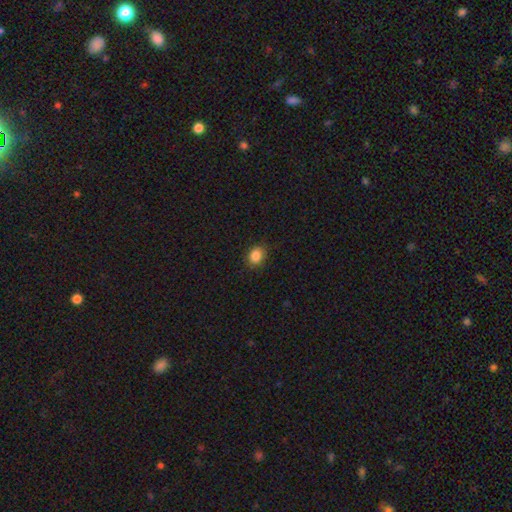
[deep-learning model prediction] This appears to be a smooth galaxy with no disk features (85%) that is round (59%). Merging: none (84%).